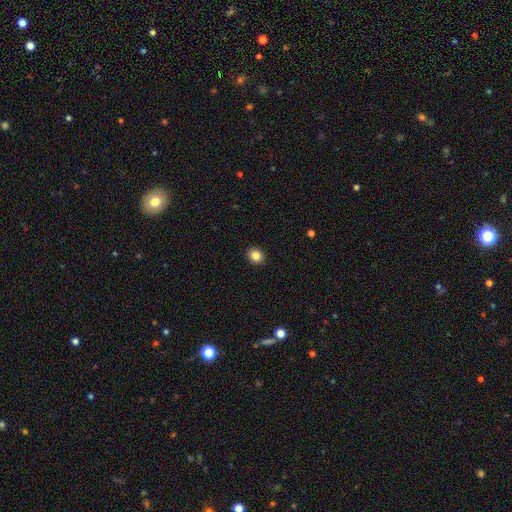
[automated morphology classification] Q: Smooth or featured?
A: smooth (85%); runner-up: star or artifact (10%)
Q: How rounded?
A: round (69%); runner-up: in between (30%)
Q: Merging?
A: none (92%); runner-up: minor disturbance (6%)